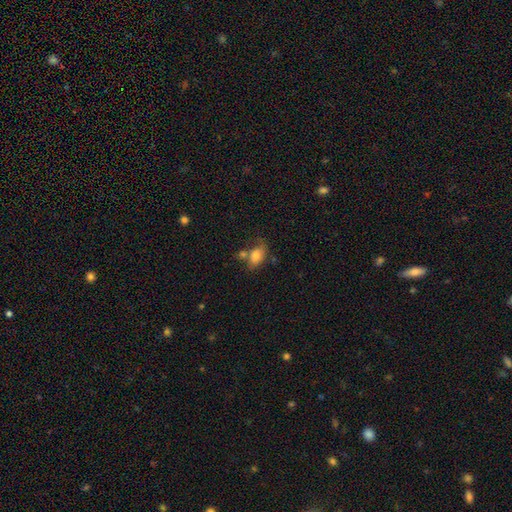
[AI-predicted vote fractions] smooth-or-featured: smooth: 78% | featured or disk: 14% | star or artifact: 9%
  how-rounded: in between: 84% | round: 14% | cigar-shaped: 3%
  merging: none: 41% | merger: 25% | minor disturbance: 22% | major disturbance: 12%